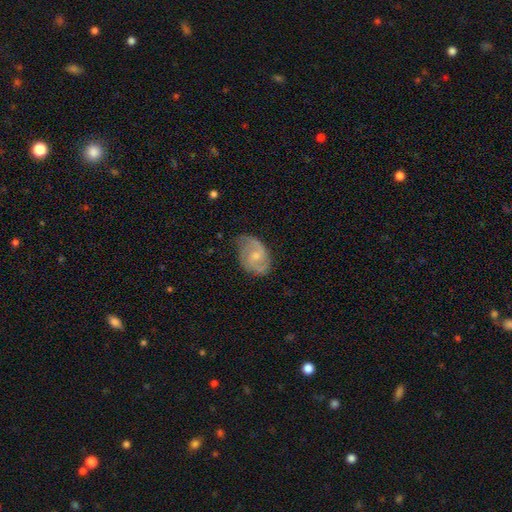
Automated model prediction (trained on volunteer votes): Smooth or featured?
  - featured or disk: 74% *
  - smooth: 21%
  - star or artifact: 6%
Edge-on disk?
  - no: 97% *
  - yes: 3%
Bar?
  - no: 55% *
  - weak: 39%
  - strong: 6%
Spiral arms?
  - yes: 92% *
  - no: 8%
Spiral winding?
  - medium: 49% *
  - loose: 27%
  - tight: 24%
Spiral arm count?
  - 2: 80% *
  - can't tell: 10%
  - 3: 4%
  - 1: 3%
  - 4: 1%
  - more than 4: 1%
Bulge size?
  - small: 57% *
  - moderate: 37%
  - none: 4%
  - large: 1%
  - dominant: 1%
Merging?
  - none: 62% *
  - minor disturbance: 28%
  - major disturbance: 9%
  - merger: 1%